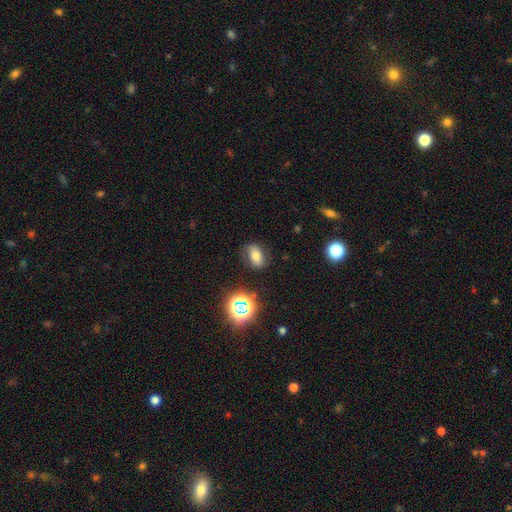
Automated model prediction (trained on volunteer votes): smooth_or_featured: smooth (p=0.64) [alt: star or artifact p=0.18]
how_rounded: in between (p=0.81) [alt: round p=0.16]
merging: none (p=0.79) [alt: minor disturbance p=0.14]